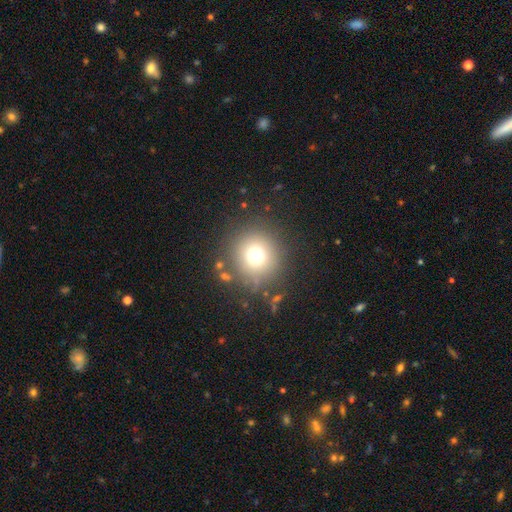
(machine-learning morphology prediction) Q: Smooth or featured?
A: smooth (70%); runner-up: star or artifact (19%)
Q: How rounded?
A: round (94%); runner-up: in between (5%)
Q: Merging?
A: none (83%); runner-up: minor disturbance (8%)